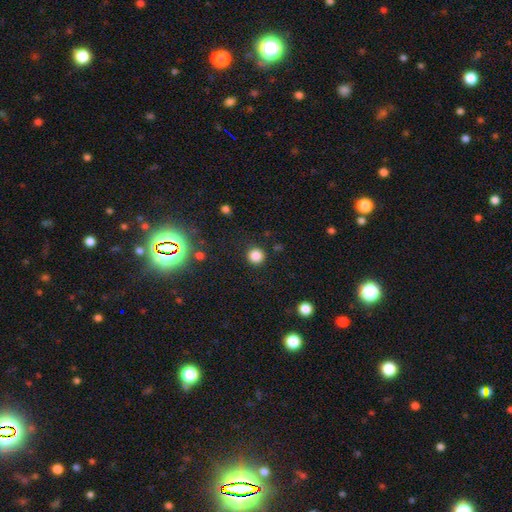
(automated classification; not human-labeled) A smooth galaxy with no disk features (84%) that is round (94%).

Vote fractions:
- Smooth or featured? smooth: 84% / star or artifact: 12% / featured or disk: 3%
- How rounded? round: 94% / in between: 6% / cigar-shaped: 1%
- Merging? none: 89% / minor disturbance: 7% / major disturbance: 3% / merger: 2%